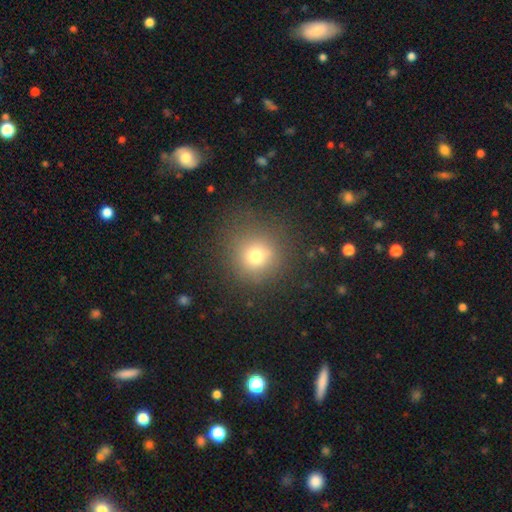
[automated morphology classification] A smooth galaxy with no disk features (72%) that is round (91%).

Vote fractions:
- Smooth or featured? smooth: 72% / star or artifact: 17% / featured or disk: 11%
- How rounded? round: 91% / in between: 8% / cigar-shaped: 1%
- Merging? none: 81% / minor disturbance: 11% / major disturbance: 6% / merger: 2%